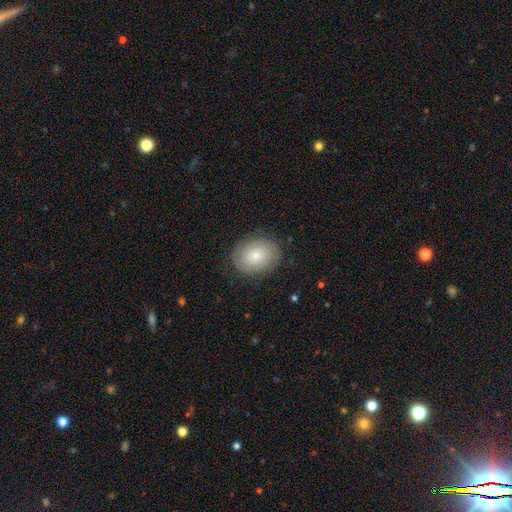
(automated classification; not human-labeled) smooth-or-featured: smooth: 53% | featured or disk: 39% | star or artifact: 8%
  how-rounded: in between: 54% | round: 45% | cigar-shaped: 1%
  merging: none: 84% | minor disturbance: 12% | major disturbance: 4% | merger: 1%